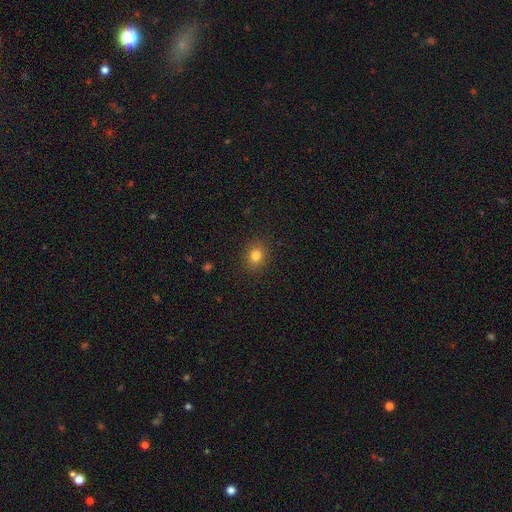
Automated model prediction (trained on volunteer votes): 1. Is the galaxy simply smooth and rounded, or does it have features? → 80% smooth, 13% star or artifact, 7% featured or disk.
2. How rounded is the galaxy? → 73% round, 26% in between, 1% cigar-shaped.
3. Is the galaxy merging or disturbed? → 90% none, 7% minor disturbance, 2% major disturbance, 1% merger.